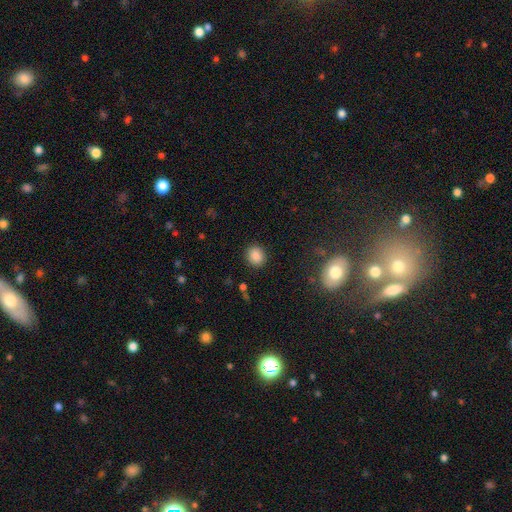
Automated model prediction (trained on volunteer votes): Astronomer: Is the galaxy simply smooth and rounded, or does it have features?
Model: smooth — 86%.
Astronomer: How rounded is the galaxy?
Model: round — 75%.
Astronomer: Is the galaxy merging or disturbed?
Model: none — 89%.